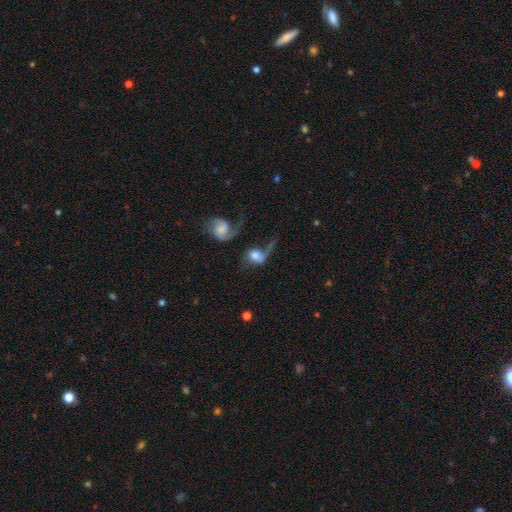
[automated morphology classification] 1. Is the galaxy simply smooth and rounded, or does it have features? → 45% smooth (tied), 45% featured or disk (tied), 10% star or artifact.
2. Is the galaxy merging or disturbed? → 36% major disturbance, 27% merger, 24% none, 14% minor disturbance.